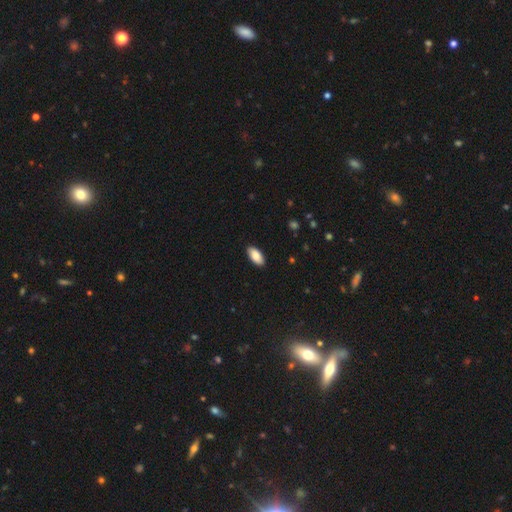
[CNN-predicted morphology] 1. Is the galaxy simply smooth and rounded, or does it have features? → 84% smooth, 10% featured or disk, 6% star or artifact.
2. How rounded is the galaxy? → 93% in between, 5% cigar-shaped, 2% round.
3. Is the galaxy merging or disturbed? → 90% none, 8% minor disturbance, 2% major disturbance, 1% merger.